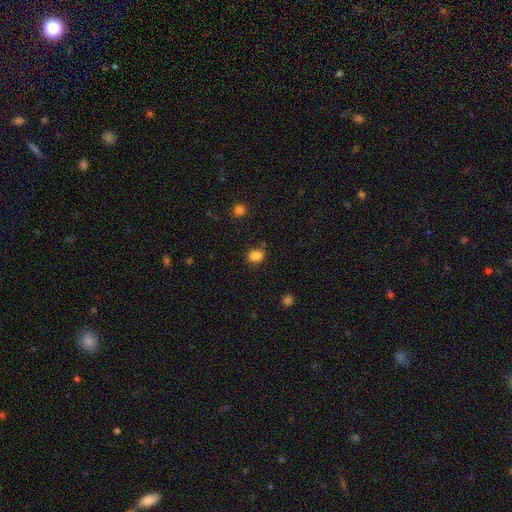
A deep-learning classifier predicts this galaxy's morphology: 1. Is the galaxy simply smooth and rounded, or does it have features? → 85% smooth, 11% star or artifact, 4% featured or disk.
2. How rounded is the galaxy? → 50% in between, 49% round, 1% cigar-shaped.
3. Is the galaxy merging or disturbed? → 83% none, 11% minor disturbance, 3% major disturbance, 3% merger.